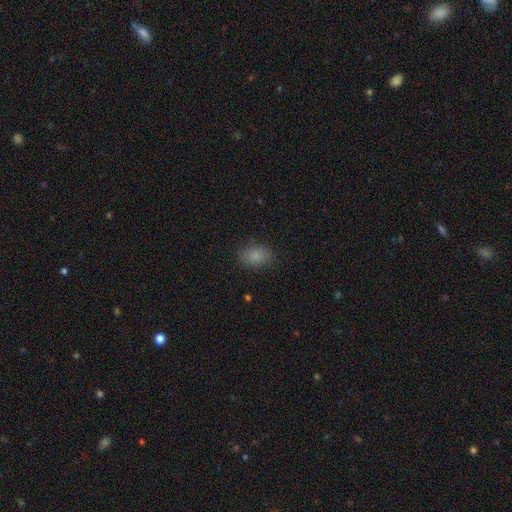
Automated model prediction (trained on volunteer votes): smooth_or_featured: smooth (p=0.84) [alt: star or artifact p=0.10]
how_rounded: in between (p=0.75) [alt: round p=0.23]
merging: none (p=0.84) [alt: minor disturbance p=0.12]